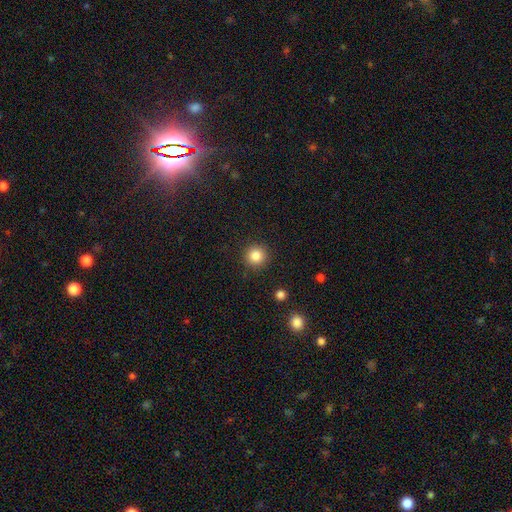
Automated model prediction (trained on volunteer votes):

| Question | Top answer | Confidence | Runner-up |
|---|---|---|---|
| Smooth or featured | smooth | 84% | star or artifact (11%) |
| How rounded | round | 95% | in between (4%) |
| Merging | none | 90% | minor disturbance (6%) |